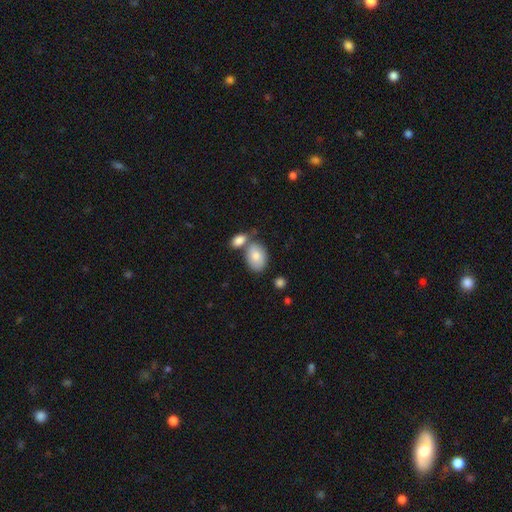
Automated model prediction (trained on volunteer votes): Q: Smooth or featured?
A: smooth (81%); runner-up: featured or disk (13%)
Q: How rounded?
A: in between (89%); runner-up: round (9%)
Q: Merging?
A: none (53%); runner-up: merger (31%)